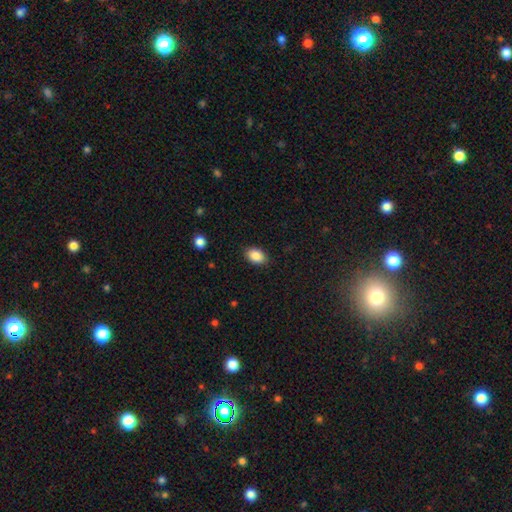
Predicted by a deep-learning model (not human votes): Smooth or featured? Predicted: smooth (p=0.88). How rounded? Predicted: in between (p=0.85). Merging? Predicted: none (p=0.87).